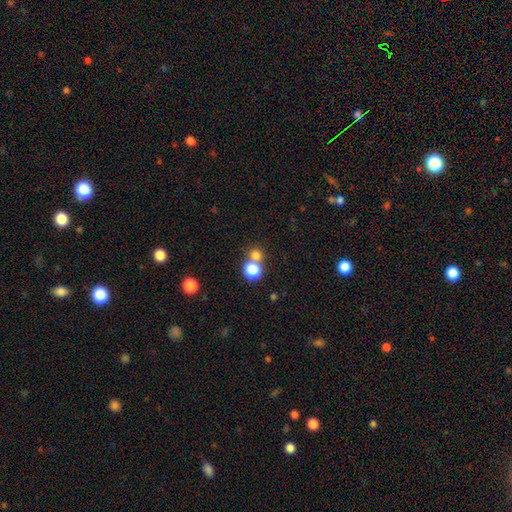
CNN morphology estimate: Smooth or featured?
  - smooth: 76% *
  - star or artifact: 16%
  - featured or disk: 7%
How rounded?
  - round: 86% *
  - in between: 13%
  - cigar-shaped: 1%
Merging?
  - none: 54% *
  - merger: 38%
  - minor disturbance: 6%
  - major disturbance: 3%